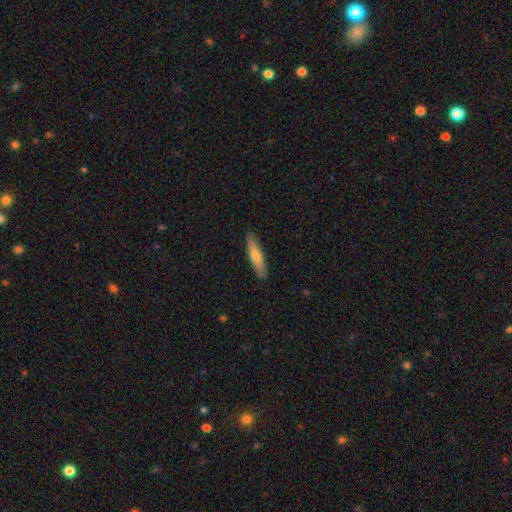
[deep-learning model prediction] This is likely a smooth galaxy (68%). How rounded: clearly cigar-shaped (83%). Merging: clearly none (89%).